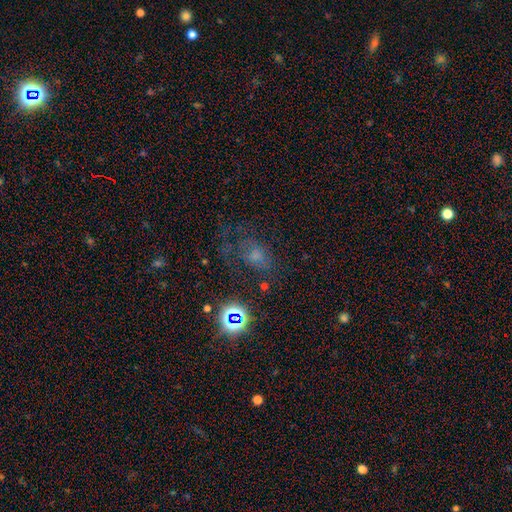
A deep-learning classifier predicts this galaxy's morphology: Smooth or featured? smooth (39%)
Merging? none (45%)